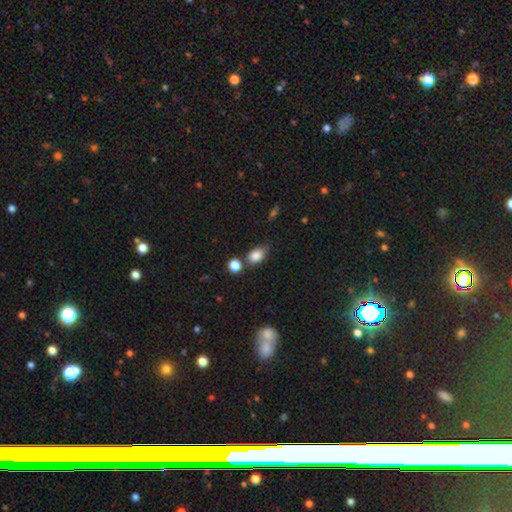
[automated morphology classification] smooth-or-featured: smooth: 85% | star or artifact: 10% | featured or disk: 6%
  how-rounded: in between: 76% | round: 22% | cigar-shaped: 2%
  merging: none: 60% | minor disturbance: 22% | merger: 13% | major disturbance: 5%